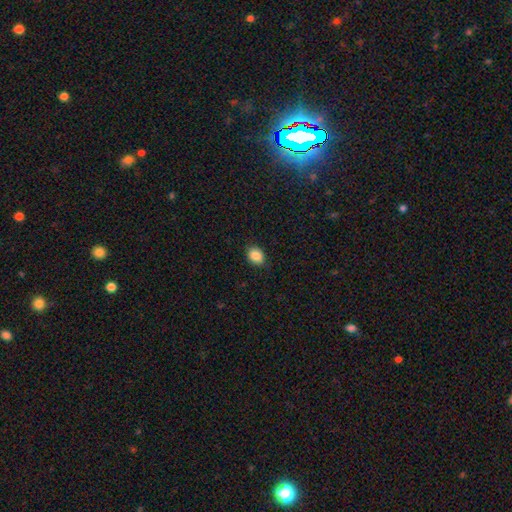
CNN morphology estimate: type=smooth (87%); roundness=in between (62%); merging=none (84%).